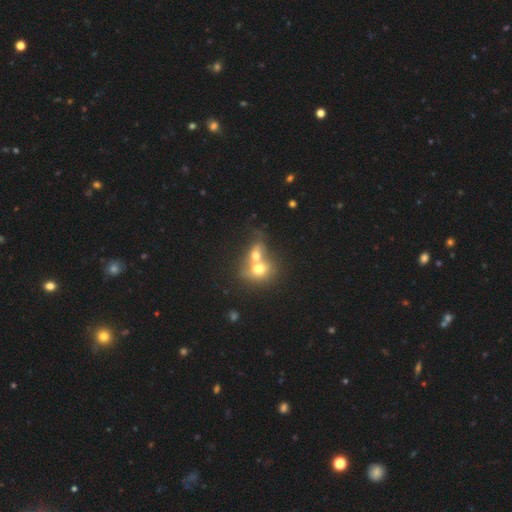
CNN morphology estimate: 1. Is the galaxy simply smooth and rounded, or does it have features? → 65% smooth, 23% featured or disk, 11% star or artifact.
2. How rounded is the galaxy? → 52% round, 46% in between, 2% cigar-shaped.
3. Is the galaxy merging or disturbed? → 74% merger, 16% none, 5% minor disturbance, 4% major disturbance.